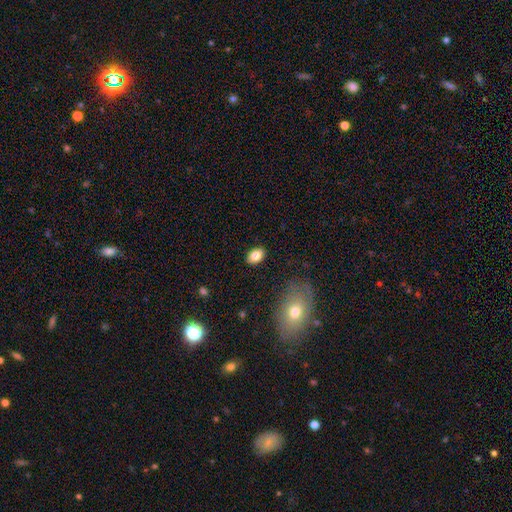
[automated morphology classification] type=smooth (83%); roundness=in between (85%); merging=none (88%).